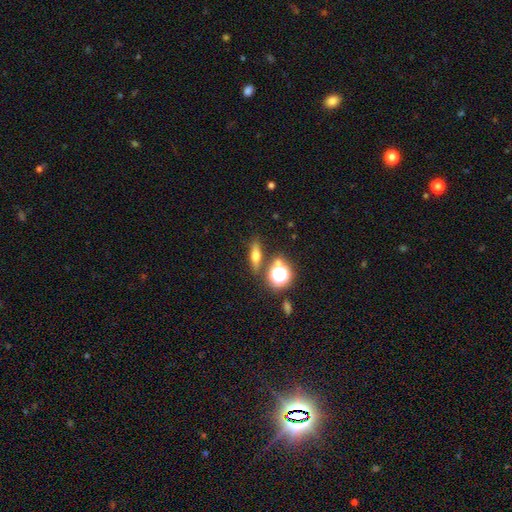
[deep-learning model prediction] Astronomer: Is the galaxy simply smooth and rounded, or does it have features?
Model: smooth — 50% (runner-up: featured or disk, 30%).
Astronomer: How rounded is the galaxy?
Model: cigar-shaped — 42% (runner-up: in between, 38%).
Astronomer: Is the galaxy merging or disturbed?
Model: none — 80%.